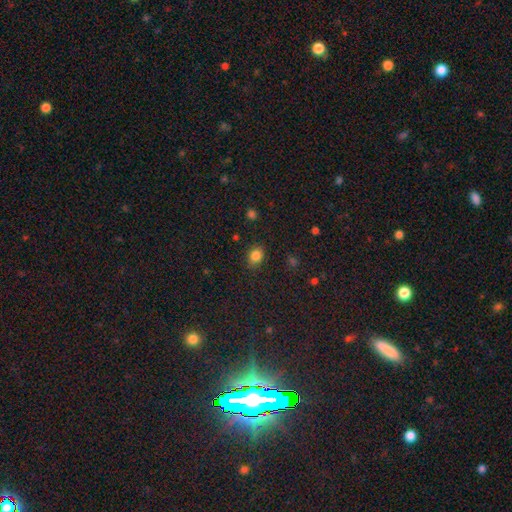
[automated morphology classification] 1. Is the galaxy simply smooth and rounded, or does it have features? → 83% smooth, 12% star or artifact, 5% featured or disk.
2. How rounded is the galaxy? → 54% in between, 45% round, 1% cigar-shaped.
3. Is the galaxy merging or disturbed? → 84% none, 12% minor disturbance, 3% major disturbance, 1% merger.